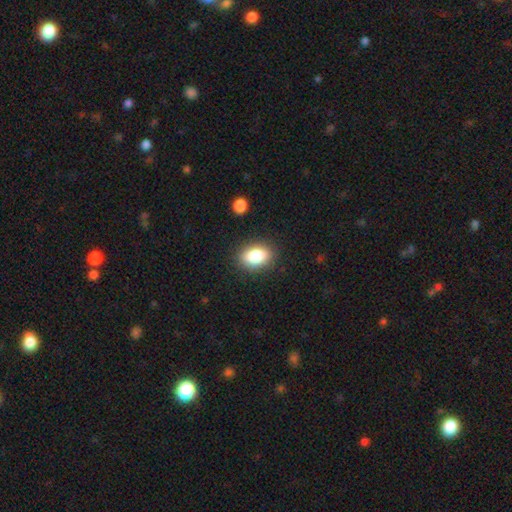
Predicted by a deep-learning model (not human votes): Smooth or featured?
  - smooth: 83% *
  - star or artifact: 9%
  - featured or disk: 9%
How rounded?
  - in between: 81% *
  - round: 16%
  - cigar-shaped: 3%
Merging?
  - none: 86% *
  - minor disturbance: 9%
  - major disturbance: 3%
  - merger: 2%